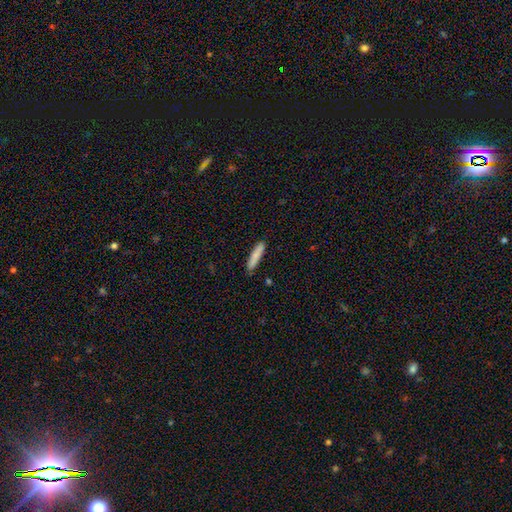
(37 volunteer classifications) Smooth or featured: smooth — 92% (featured or disk — 5%)
How rounded: cigar-shaped — 91% (in between — 9%)
Merging: none — 92% (minor disturbance — 8%)